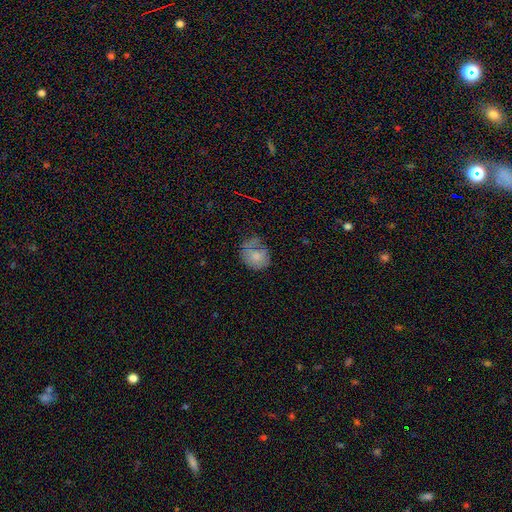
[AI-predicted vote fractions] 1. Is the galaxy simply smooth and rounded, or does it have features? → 74% smooth, 16% featured or disk, 9% star or artifact.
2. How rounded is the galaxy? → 64% round, 35% in between, 1% cigar-shaped.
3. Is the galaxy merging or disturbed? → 45% none, 29% minor disturbance, 14% major disturbance, 13% merger.